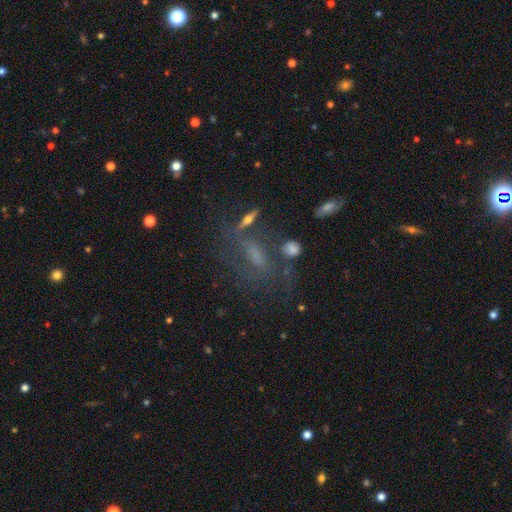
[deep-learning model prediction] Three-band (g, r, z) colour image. It shows a featured or disk galaxy (44%). Merging: none (53%).